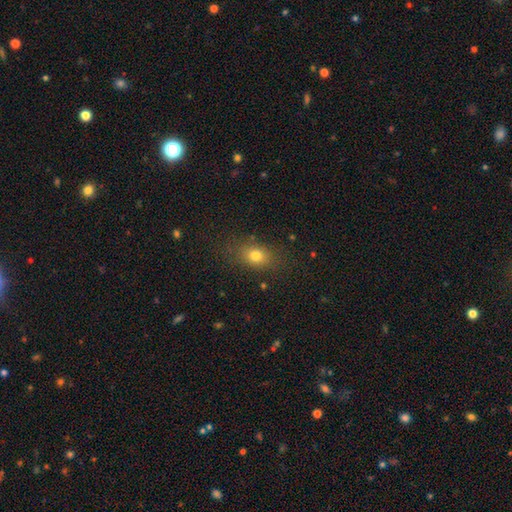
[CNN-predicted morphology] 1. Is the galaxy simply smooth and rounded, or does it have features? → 78% smooth, 13% star or artifact, 10% featured or disk.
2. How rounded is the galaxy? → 66% in between, 31% round, 3% cigar-shaped.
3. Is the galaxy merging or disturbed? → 80% none, 13% minor disturbance, 5% major disturbance, 2% merger.